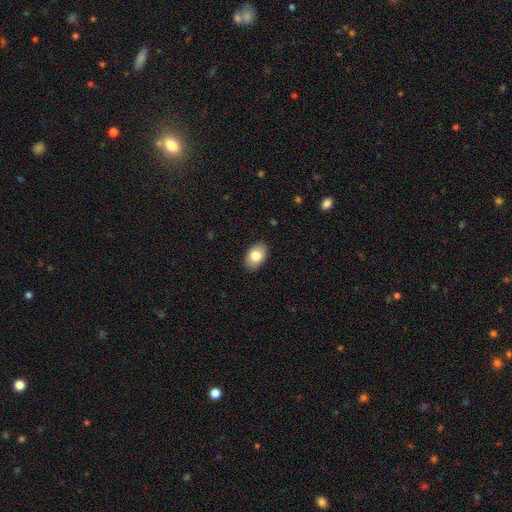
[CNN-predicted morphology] Smooth or featured?
  - smooth: 82% *
  - featured or disk: 11%
  - star or artifact: 7%
How rounded?
  - in between: 88% *
  - round: 10%
  - cigar-shaped: 1%
Merging?
  - none: 88% *
  - minor disturbance: 9%
  - major disturbance: 2%
  - merger: 1%